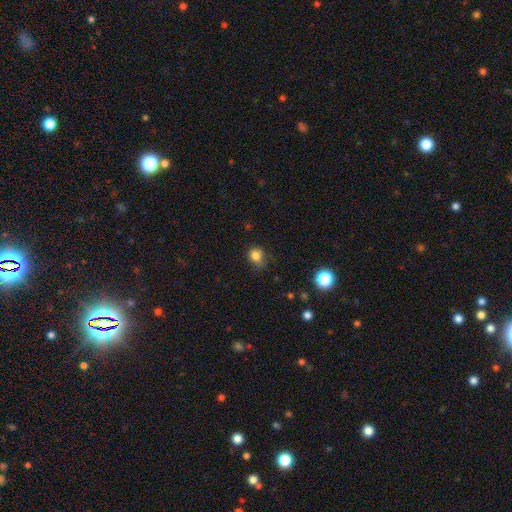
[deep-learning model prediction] Overall: smooth (81%). How rounded: round (60%; in between 39%). Merging: none (60%; minor disturbance 29%).